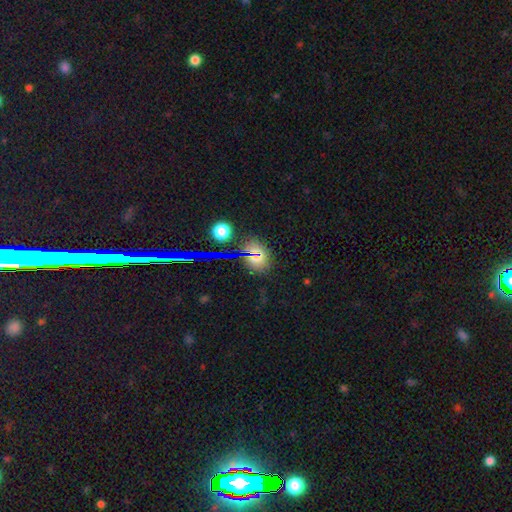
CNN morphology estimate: A smooth galaxy with no disk features (52%) that is round (61%). Merging: none (80%).